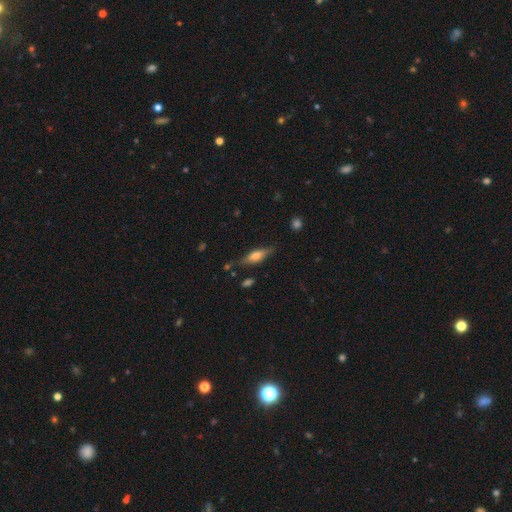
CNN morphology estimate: Smooth or featured: featured or disk — 52% (smooth — 40%)
Edge-on disk: yes — 92% (no — 8%)
Merging: none — 78% (minor disturbance — 15%)